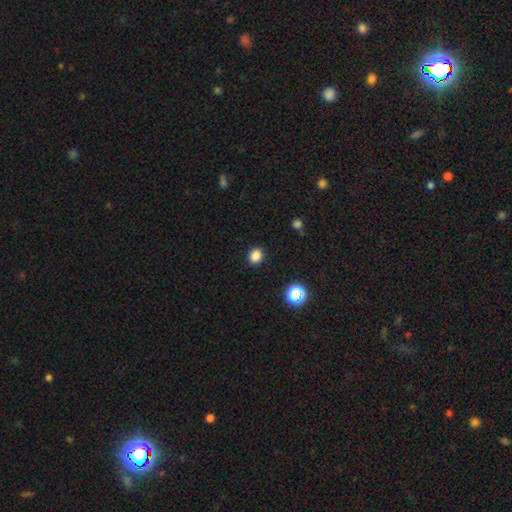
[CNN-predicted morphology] This appears to be a smooth galaxy with no disk features (85%) that is round (60%). Merging: none (90%).